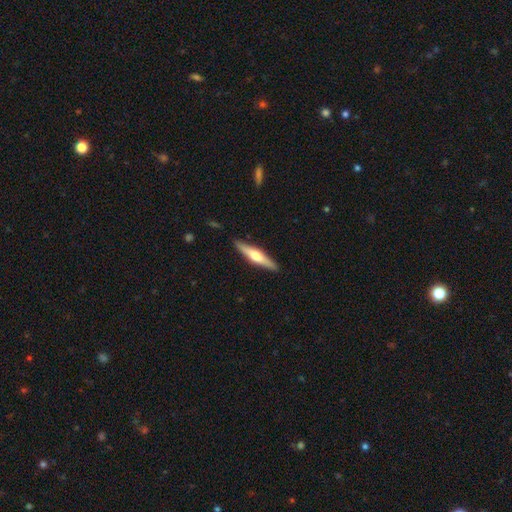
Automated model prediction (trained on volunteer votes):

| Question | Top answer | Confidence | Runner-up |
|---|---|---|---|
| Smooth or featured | featured or disk | 59% | smooth (35%) |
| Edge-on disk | yes | 96% | no (4%) |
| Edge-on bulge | rounded | 87% | boxy (8%) |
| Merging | none | 90% | minor disturbance (8%) |